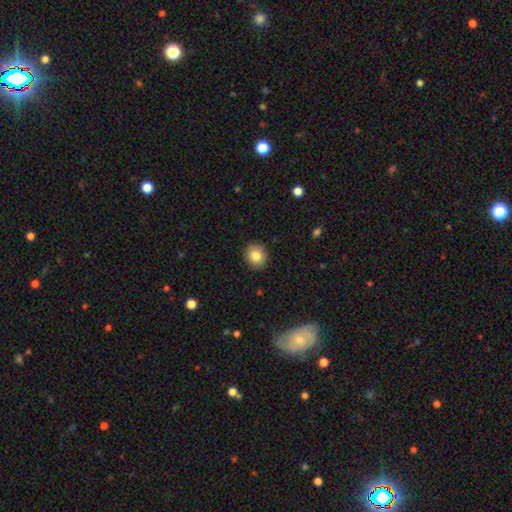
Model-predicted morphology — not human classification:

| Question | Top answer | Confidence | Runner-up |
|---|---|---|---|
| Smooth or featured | smooth | 83% | star or artifact (9%) |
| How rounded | round | 75% | in between (24%) |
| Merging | none | 90% | minor disturbance (8%) |